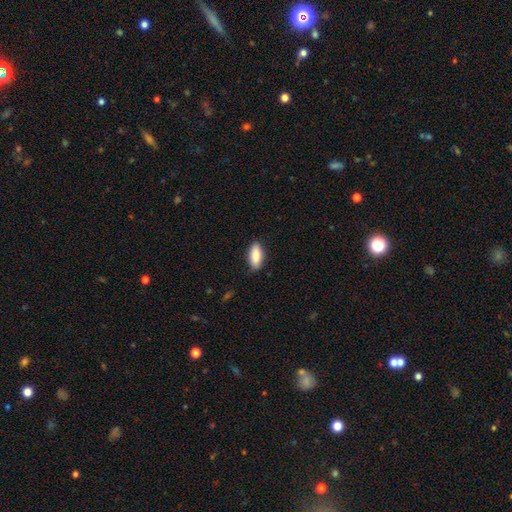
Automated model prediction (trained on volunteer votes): Overall: smooth (88%). How rounded: in between (82%). Merging: none (87%).